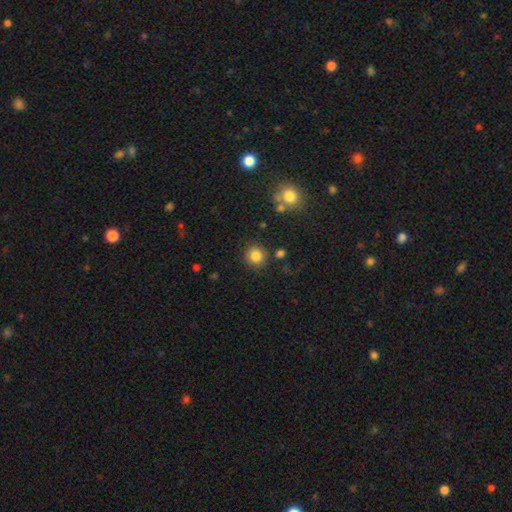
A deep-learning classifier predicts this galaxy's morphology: This is clearly a smooth galaxy (84%). How rounded: clearly round (92%). Merging: clearly none (86%).